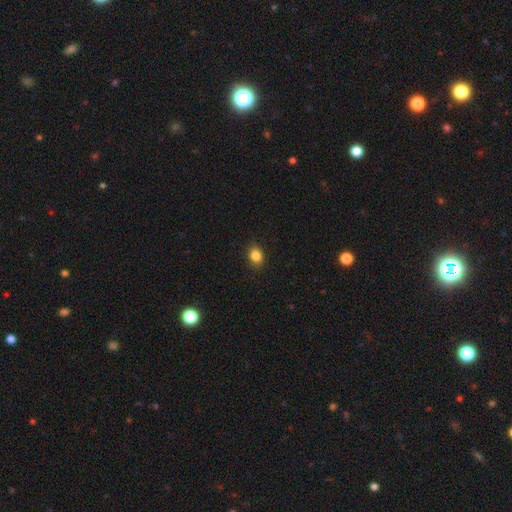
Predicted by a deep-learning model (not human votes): A smooth galaxy with no disk features (85%) that is round (50%).

Vote fractions:
- Smooth or featured? smooth: 85% / star or artifact: 10% / featured or disk: 4%
- How rounded? round: 50% / in between: 49% / cigar-shaped: 1%
- Merging? none: 89% / minor disturbance: 8% / major disturbance: 2% / merger: 1%